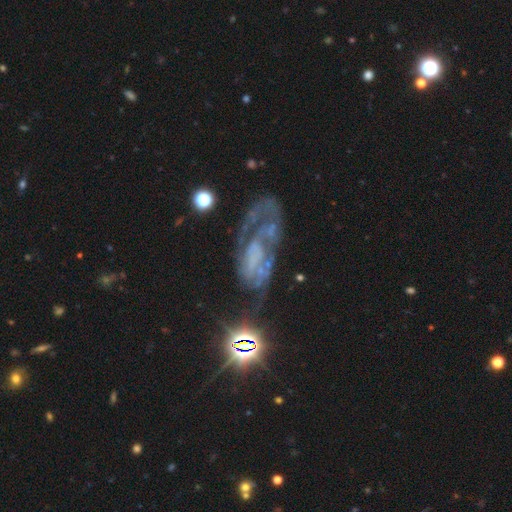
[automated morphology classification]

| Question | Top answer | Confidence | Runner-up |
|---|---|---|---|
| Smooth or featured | featured or disk | 71% | star or artifact (16%) |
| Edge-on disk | no | 94% | yes (6%) |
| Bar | no | 70% | weak (20%) |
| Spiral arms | yes | 63% | no (37%) |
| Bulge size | none | 68% | small (16%) |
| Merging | none | 39% | major disturbance (34%) |